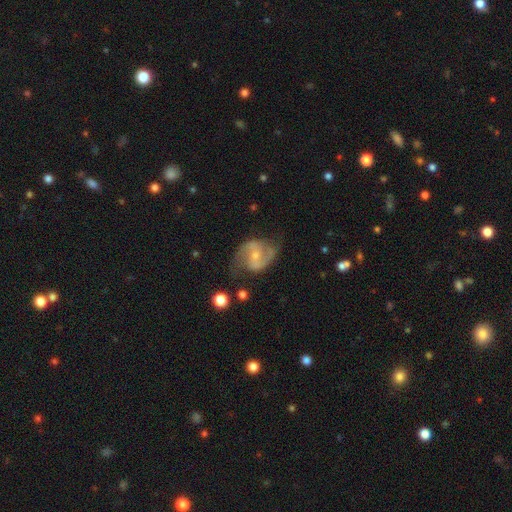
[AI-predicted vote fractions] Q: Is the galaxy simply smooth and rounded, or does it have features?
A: featured or disk — 85%.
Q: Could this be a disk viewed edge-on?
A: no — 98%.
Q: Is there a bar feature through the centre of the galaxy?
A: weak — 45%.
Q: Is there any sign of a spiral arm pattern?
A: yes — 95%.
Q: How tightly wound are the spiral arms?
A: medium — 55%.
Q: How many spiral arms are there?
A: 2 — 91%.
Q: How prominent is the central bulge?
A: small — 53%.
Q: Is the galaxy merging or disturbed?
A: none — 65%.